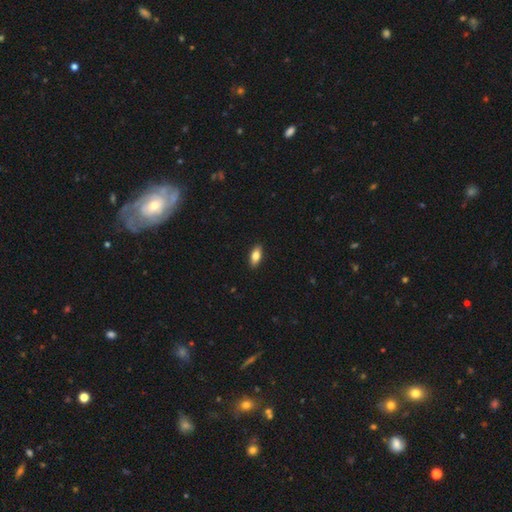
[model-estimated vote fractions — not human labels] A smooth galaxy with no disk features (79%) that is in between round and cigar-shaped (83%). Merging: none (90%).